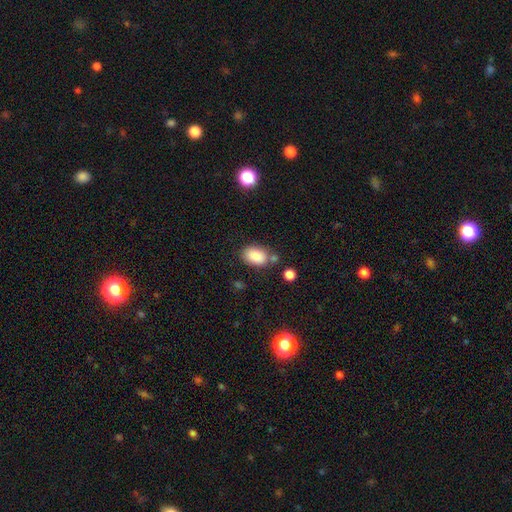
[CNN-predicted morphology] smooth_or_featured: smooth (p=0.86) [alt: star or artifact p=0.08]
how_rounded: in between (p=0.86) [alt: round p=0.13]
merging: none (p=0.67) [alt: minor disturbance p=0.17]